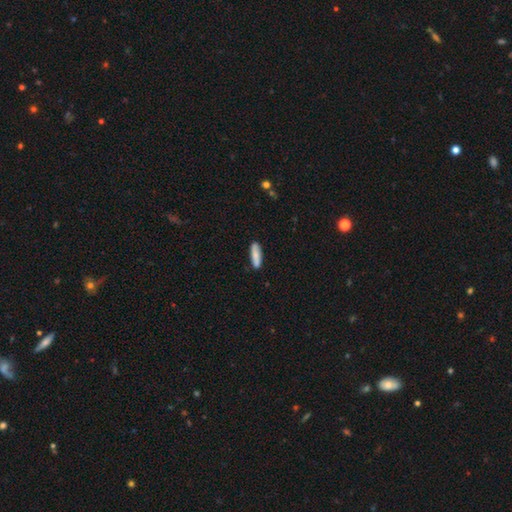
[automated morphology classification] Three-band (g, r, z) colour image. It shows a smooth galaxy with no disk features (80%) that is cigar-shaped (62%). Merging: none (84%).